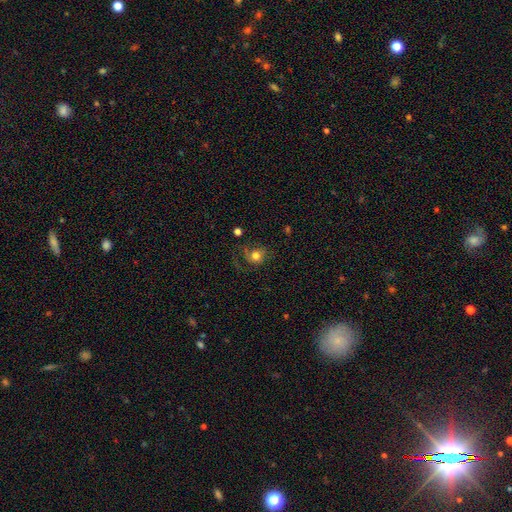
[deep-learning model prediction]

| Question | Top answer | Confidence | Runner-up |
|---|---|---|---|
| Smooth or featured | smooth | 67% | featured or disk (21%) |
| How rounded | round | 76% | in between (23%) |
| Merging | none | 49% | major disturbance (27%) |